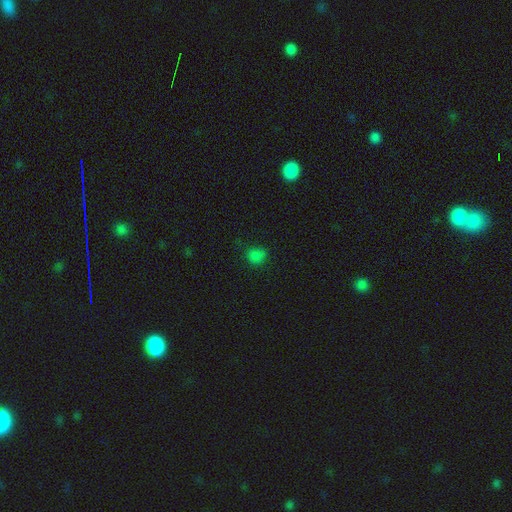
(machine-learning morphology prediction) The model was most divided on "merging": none: 74%, minor disturbance: 19%, major disturbance: 5%, merger: 2%. More confident: how rounded — round (80%); smooth or featured — smooth (76%).